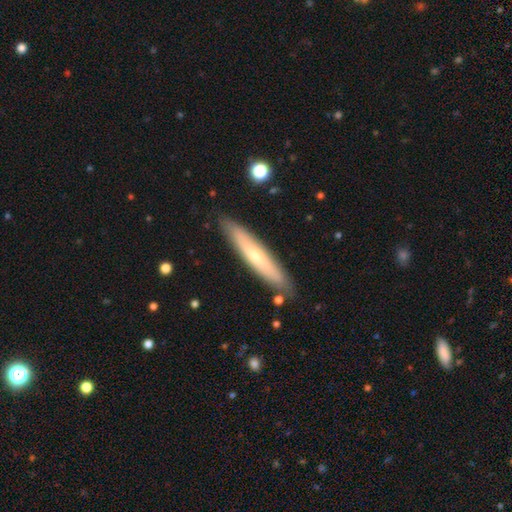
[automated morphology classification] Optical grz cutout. It shows a smooth galaxy with no disk features (51%) that is cigar-shaped (88%). Merging: none (87%).